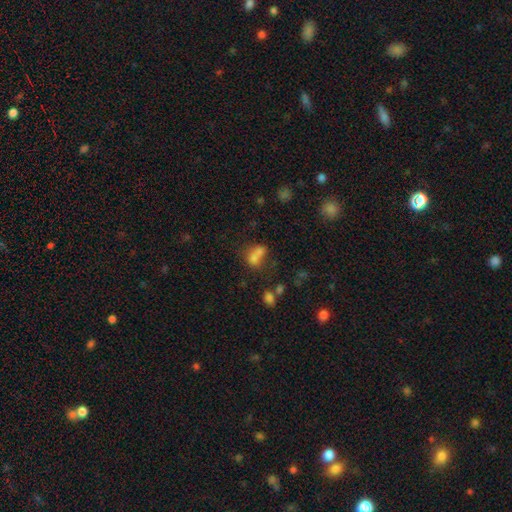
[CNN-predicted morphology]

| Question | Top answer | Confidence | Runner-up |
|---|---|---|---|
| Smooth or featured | smooth | 70% | featured or disk (15%) |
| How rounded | in between | 60% | round (37%) |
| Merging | merger | 58% | none (25%) |